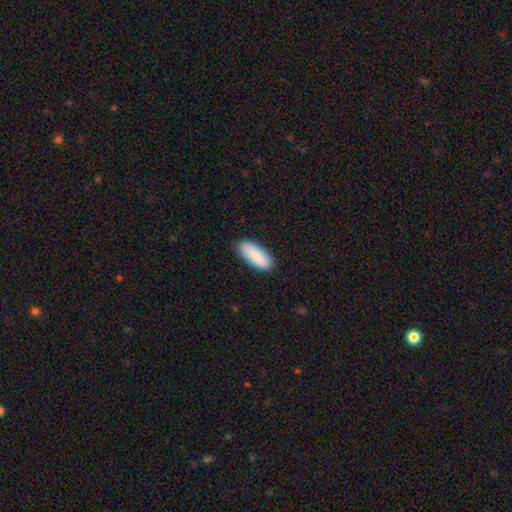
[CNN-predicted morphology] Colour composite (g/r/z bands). It shows a smooth galaxy with no disk features (87%) that is in between round and cigar-shaped (75%). Merging: none (87%).